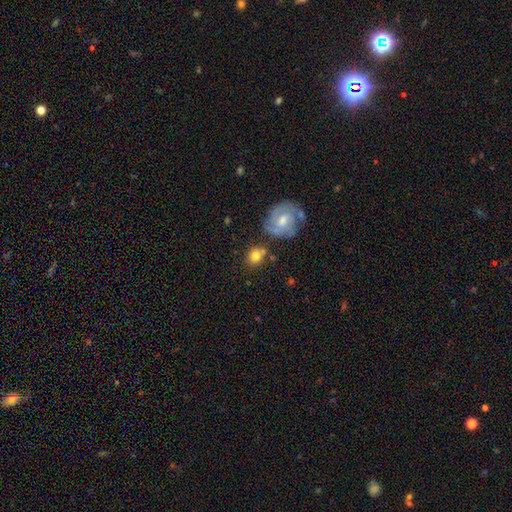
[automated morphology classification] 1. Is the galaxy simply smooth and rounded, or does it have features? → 73% smooth, 19% featured or disk, 8% star or artifact.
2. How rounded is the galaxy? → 72% round, 27% in between, 1% cigar-shaped.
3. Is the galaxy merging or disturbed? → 66% none, 16% minor disturbance, 12% merger, 6% major disturbance.